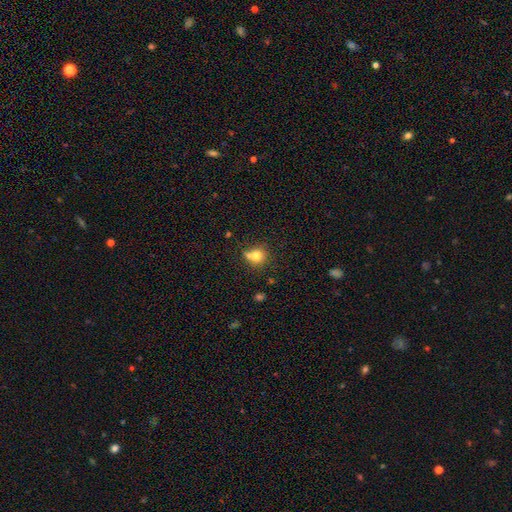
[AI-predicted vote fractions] A smooth galaxy with no disk features (75%) that is round (84%). Merging: none (49%).